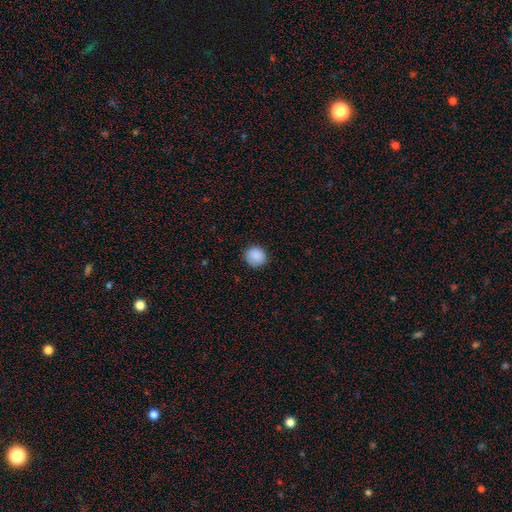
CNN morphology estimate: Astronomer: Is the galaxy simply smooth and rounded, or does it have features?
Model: smooth — 89%.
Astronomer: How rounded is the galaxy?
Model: round — 91%.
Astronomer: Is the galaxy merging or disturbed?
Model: none — 88%.